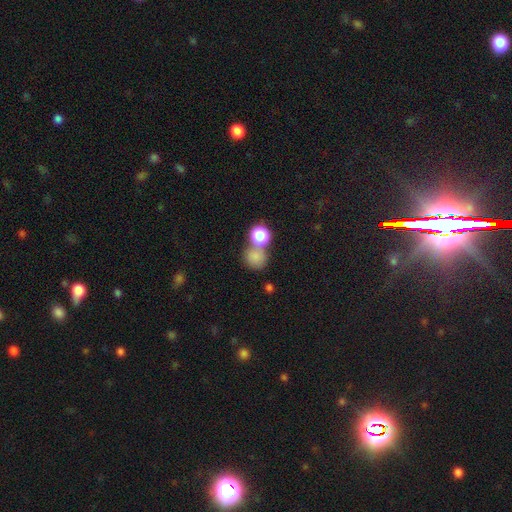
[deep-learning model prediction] smooth 77%, star or artifact 16%, featured or disk 7%. Down the decision tree: how rounded — round (83%); merging — none (50%).